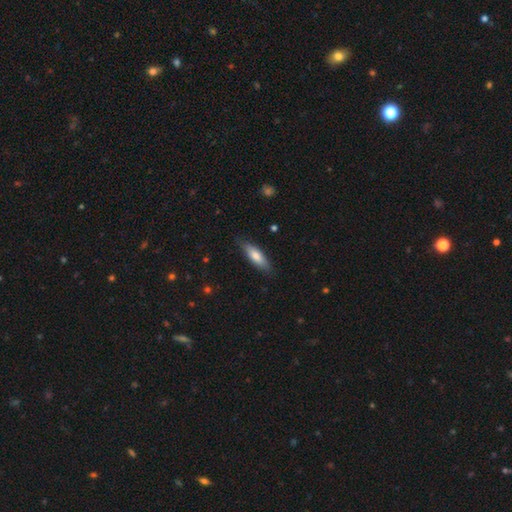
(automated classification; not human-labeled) Morphology: type=smooth (75%); roundness=cigar-shaped (49%, tied with in between); merging=none (80%).